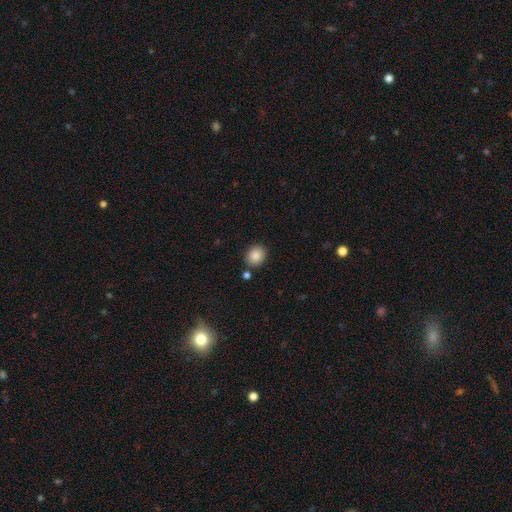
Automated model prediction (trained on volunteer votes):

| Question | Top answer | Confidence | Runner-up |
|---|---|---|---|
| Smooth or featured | smooth | 87% | star or artifact (9%) |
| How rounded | round | 71% | in between (28%) |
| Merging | none | 85% | minor disturbance (8%) |